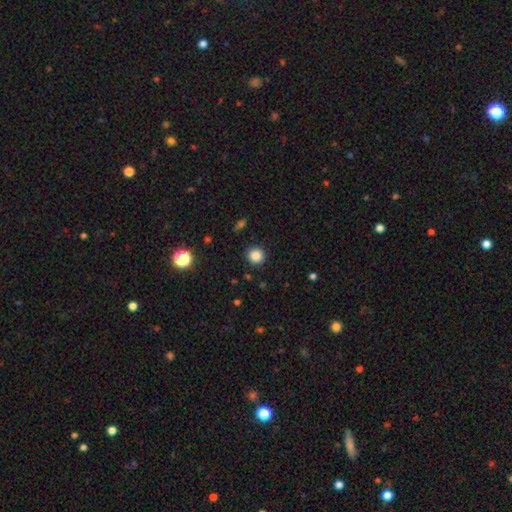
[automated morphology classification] Smooth or featured: smooth — 85% (star or artifact — 12%)
How rounded: round — 91% (in between — 8%)
Merging: none — 90% (minor disturbance — 7%)